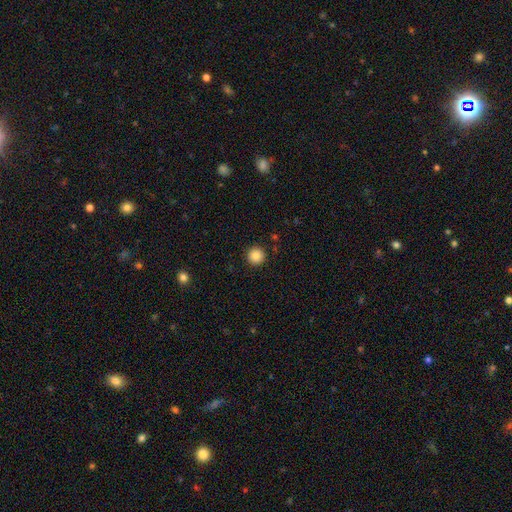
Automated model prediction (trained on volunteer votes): Smooth or featured? Predicted: smooth (p=0.87). How rounded? Predicted: round (p=0.96). Merging? Predicted: none (p=0.92).